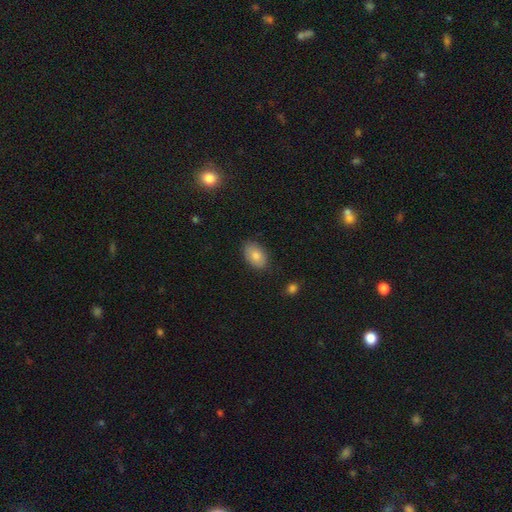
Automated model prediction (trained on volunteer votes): Smooth or featured: smooth — 82% (featured or disk — 11%)
How rounded: in between — 90% (round — 9%)
Merging: none — 83% (minor disturbance — 13%)